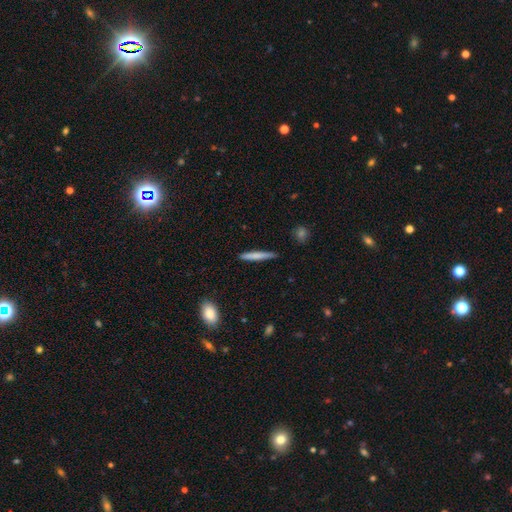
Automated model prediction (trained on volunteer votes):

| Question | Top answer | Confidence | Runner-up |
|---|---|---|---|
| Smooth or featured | smooth | 71% | featured or disk (23%) |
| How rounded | cigar-shaped | 95% | in between (4%) |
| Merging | none | 87% | minor disturbance (10%) |